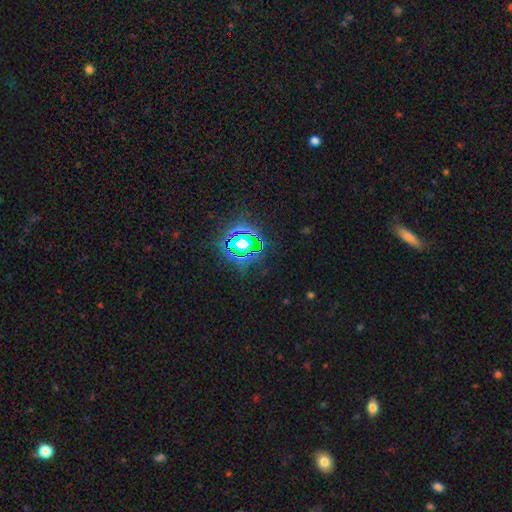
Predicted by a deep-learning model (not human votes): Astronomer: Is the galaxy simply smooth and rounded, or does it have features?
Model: star or artifact — 79%.